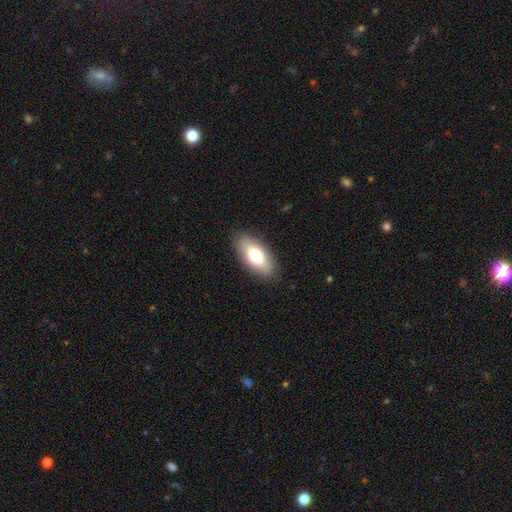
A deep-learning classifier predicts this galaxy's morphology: The model was most divided on "smooth or featured": smooth: 73%, featured or disk: 20%, star or artifact: 7%. More confident: how rounded — in between (90%); merging — none (87%).